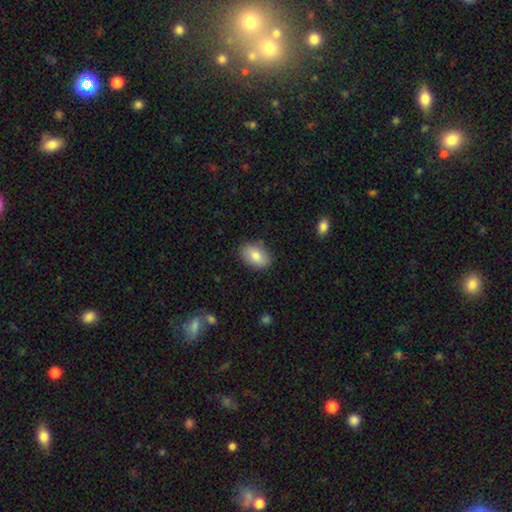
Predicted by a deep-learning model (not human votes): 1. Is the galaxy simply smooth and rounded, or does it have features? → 80% smooth, 13% featured or disk, 7% star or artifact.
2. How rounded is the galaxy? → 87% in between, 12% round, 1% cigar-shaped.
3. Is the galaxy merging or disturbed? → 85% none, 12% minor disturbance, 2% major disturbance, 1% merger.